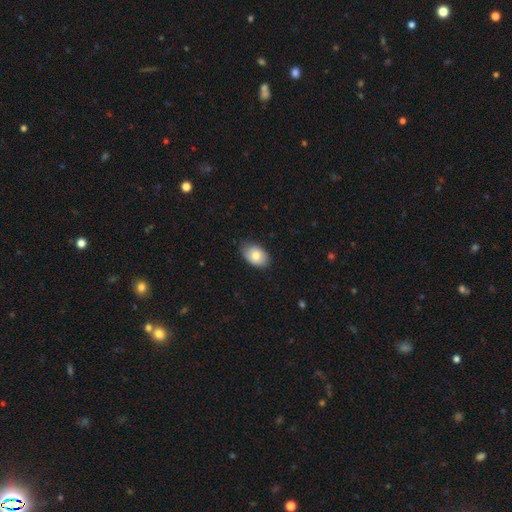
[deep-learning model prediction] This appears to be a smooth galaxy with no disk features (79%) that is in between round and cigar-shaped (86%). Merging: none (78%).